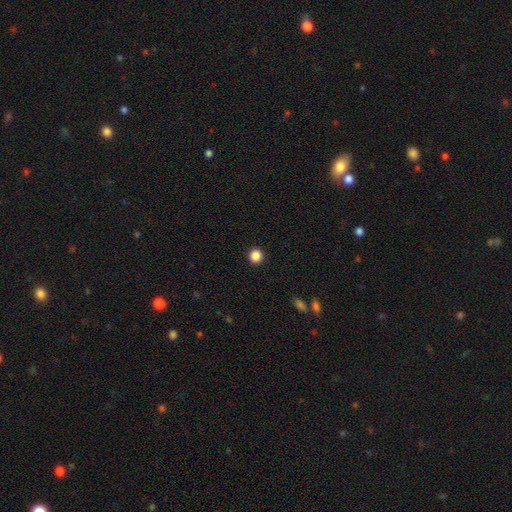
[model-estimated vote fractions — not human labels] smooth 87%, star or artifact 11%, featured or disk 3%. Down the decision tree: how rounded — round (89%); merging — none (93%).